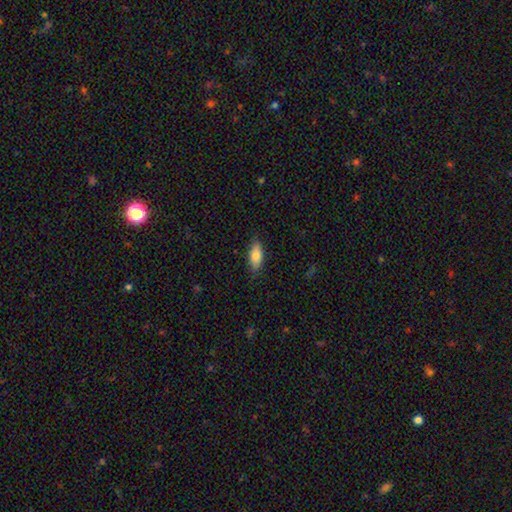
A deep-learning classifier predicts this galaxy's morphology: A smooth galaxy with no disk features (76%) that is in between round and cigar-shaped (78%). Merging: none (85%).